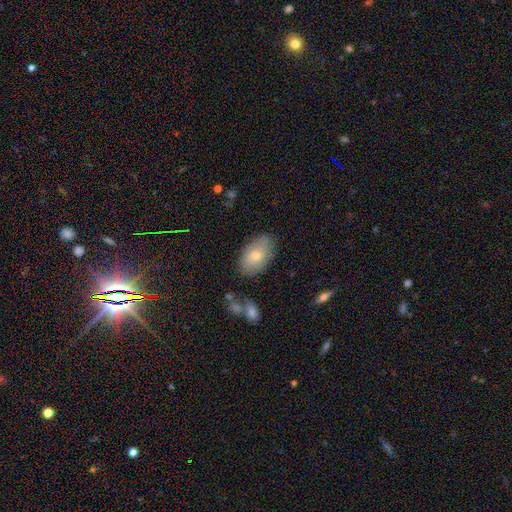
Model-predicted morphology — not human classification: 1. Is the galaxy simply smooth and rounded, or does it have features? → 68% smooth, 25% featured or disk, 7% star or artifact.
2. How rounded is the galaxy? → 91% in between, 7% round, 2% cigar-shaped.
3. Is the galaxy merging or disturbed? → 77% none, 17% minor disturbance, 4% major disturbance, 2% merger.